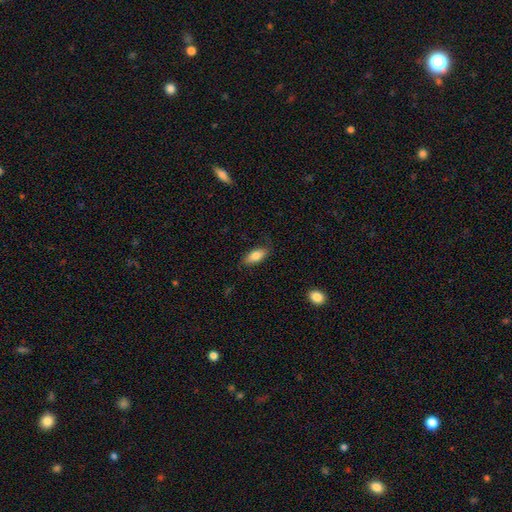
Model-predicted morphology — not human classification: This is clearly a smooth galaxy (81%). How rounded: clearly in between (82%). Merging: clearly none (81%).